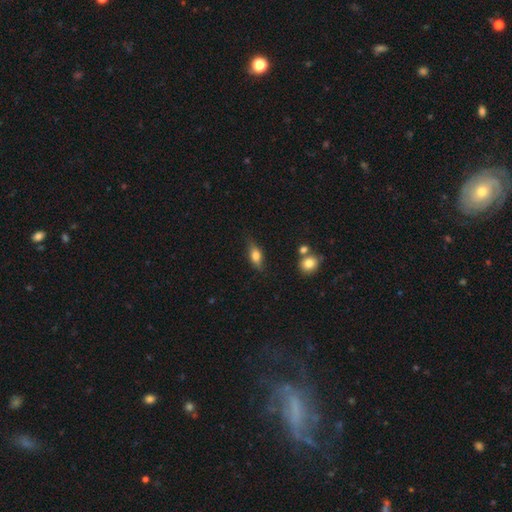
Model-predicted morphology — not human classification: This appears to be a smooth galaxy with no disk features (64%) that is in between round and cigar-shaped (72%). Merging: none (74%).